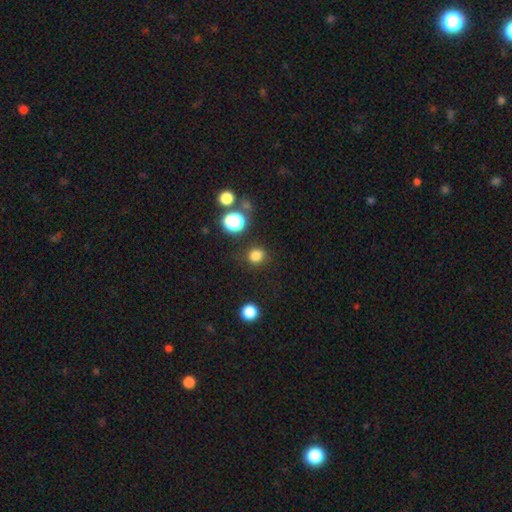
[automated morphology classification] Overall: smooth (82%). How rounded: round (82%). Merging: none (84%).